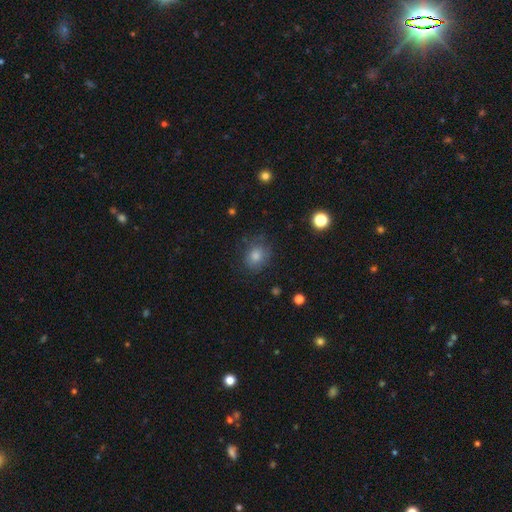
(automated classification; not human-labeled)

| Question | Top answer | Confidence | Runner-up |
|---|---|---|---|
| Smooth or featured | smooth | 72% | star or artifact (15%) |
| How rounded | round | 67% | in between (32%) |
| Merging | none | 76% | minor disturbance (16%) |